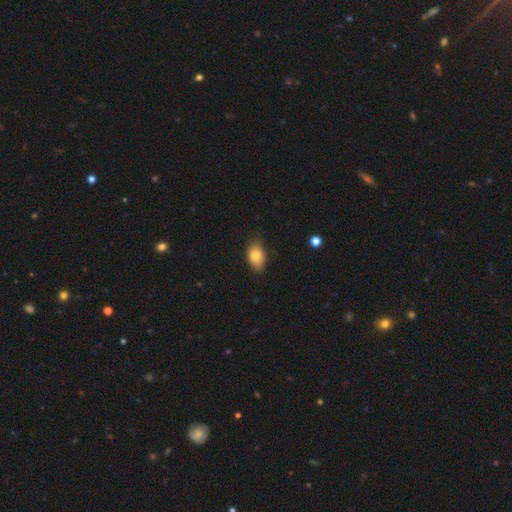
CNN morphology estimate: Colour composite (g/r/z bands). It shows a smooth galaxy with no disk features (80%) that is in between round and cigar-shaped (87%). Merging: none (74%).